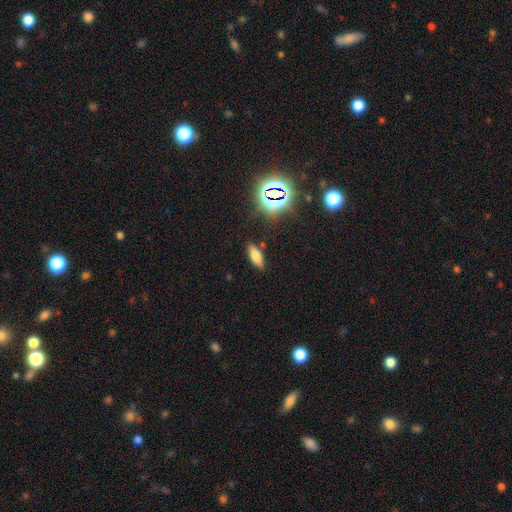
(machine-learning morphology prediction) smooth 70%, star or artifact 16%, featured or disk 14%. Down the decision tree: how rounded — in between (69%); merging — none (84%).